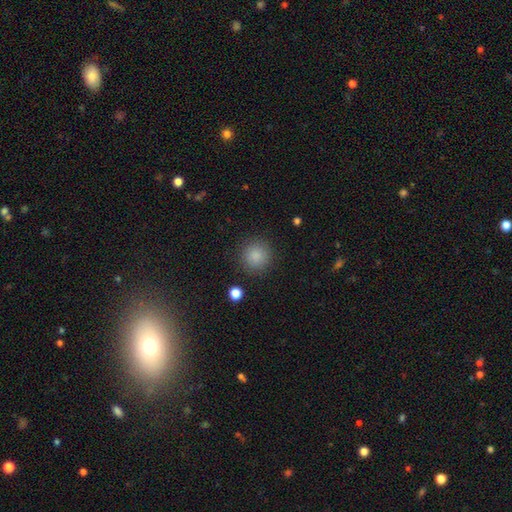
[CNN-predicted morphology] Overall: smooth (86%). How rounded: round (94%). Merging: none (89%).